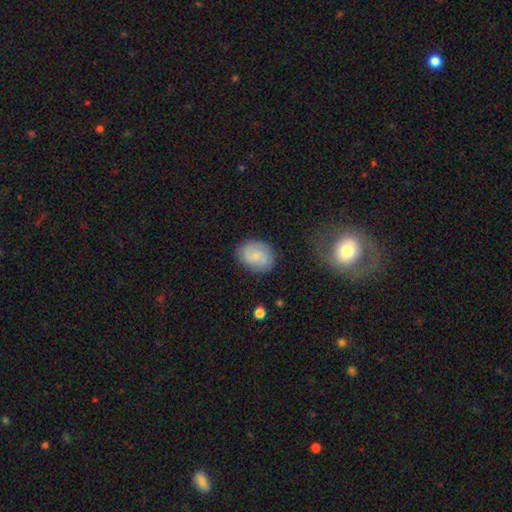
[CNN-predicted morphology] A smooth galaxy with no disk features (67%) that is in between round and cigar-shaped (60%).

Vote fractions:
- Smooth or featured? smooth: 67% / featured or disk: 26% / star or artifact: 8%
- How rounded? in between: 60% / round: 38% / cigar-shaped: 1%
- Merging? none: 81% / minor disturbance: 13% / major disturbance: 4% / merger: 2%